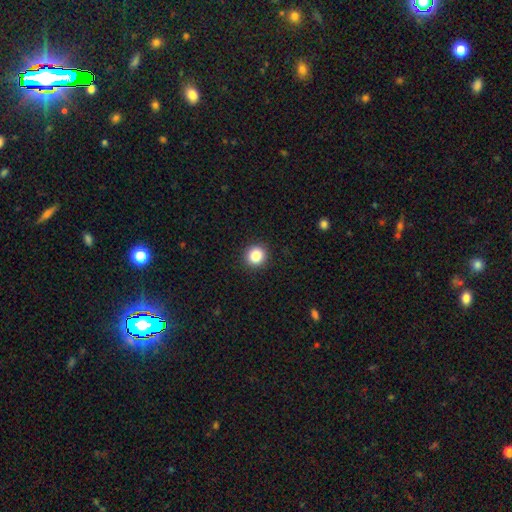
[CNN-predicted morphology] This appears to be a smooth galaxy with no disk features (86%) that is round (92%). Merging: none (92%).